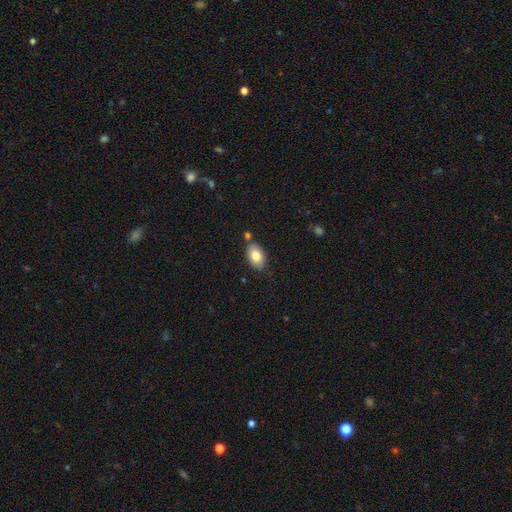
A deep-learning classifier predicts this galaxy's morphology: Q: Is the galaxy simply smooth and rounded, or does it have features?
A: smooth — 81%.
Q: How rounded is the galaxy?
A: in between — 93%.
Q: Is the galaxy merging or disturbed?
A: none — 78%.